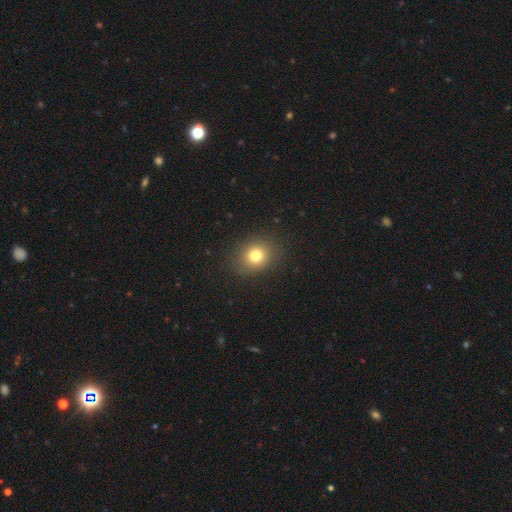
smooth 85%, featured or disk 10%, star or artifact 5%. Down the decision tree: how rounded — round (79%); merging — none (92%).